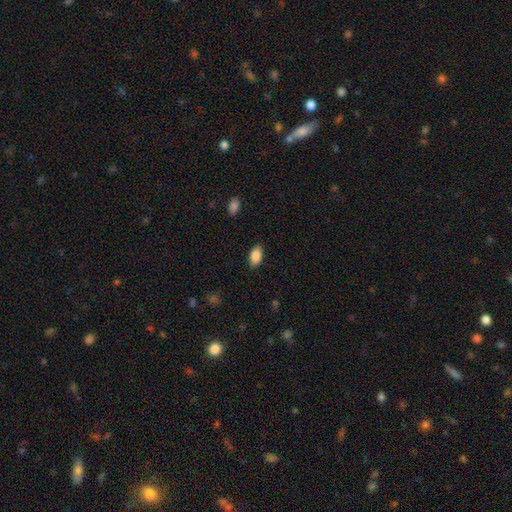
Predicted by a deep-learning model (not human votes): Smooth or featured: smooth — 88% (star or artifact — 7%)
How rounded: in between — 93% (round — 4%)
Merging: none — 87% (minor disturbance — 9%)